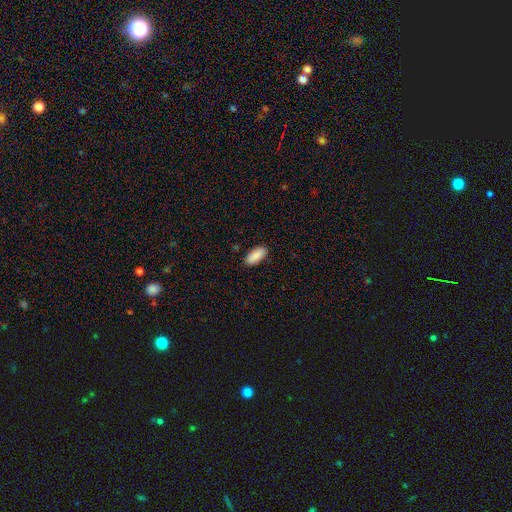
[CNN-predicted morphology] The model was most divided on "how rounded": in between: 88%, cigar-shaped: 10%, round: 2%. More confident: smooth or featured — smooth (90%); merging — none (88%).